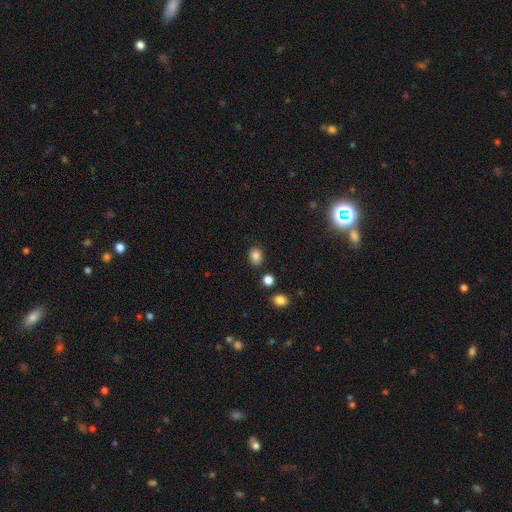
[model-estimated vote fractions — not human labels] smooth 85%, star or artifact 11%, featured or disk 4%. Down the decision tree: how rounded — in between (57%); merging — none (82%).